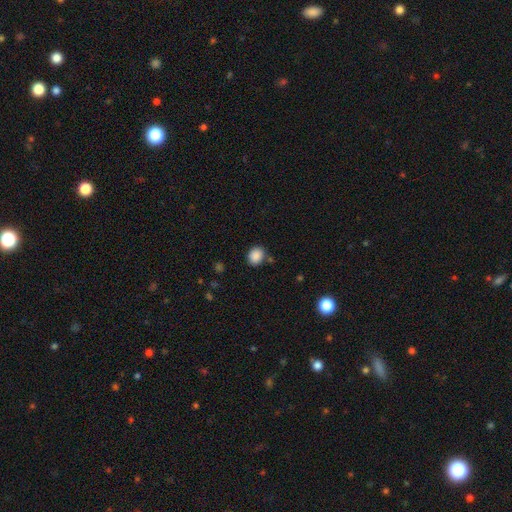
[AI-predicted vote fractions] Q: Smooth or featured?
A: smooth (87%); runner-up: star or artifact (9%)
Q: How rounded?
A: round (58%); runner-up: in between (41%)
Q: Merging?
A: none (80%); runner-up: minor disturbance (12%)